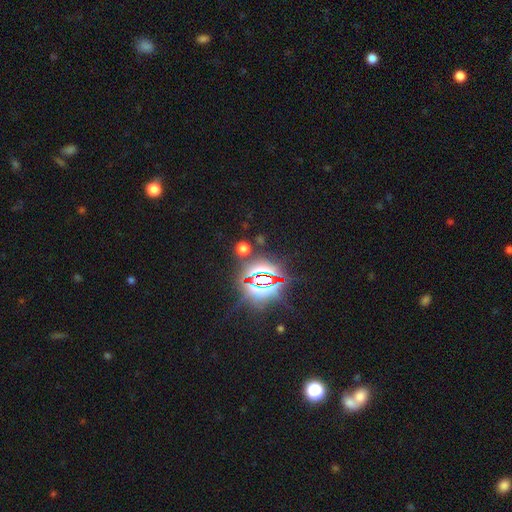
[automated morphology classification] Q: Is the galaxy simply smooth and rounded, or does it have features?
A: star or artifact — 82%.